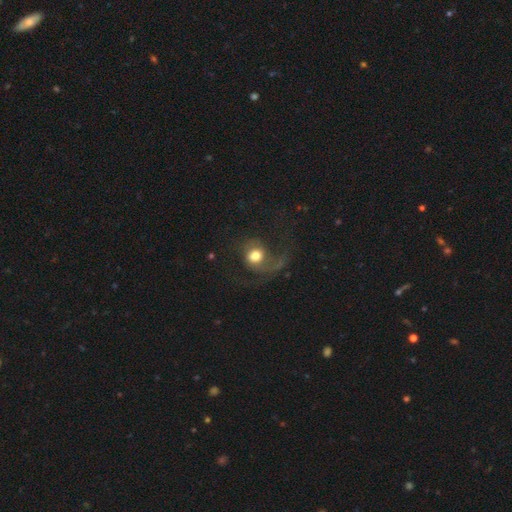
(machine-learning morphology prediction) smooth_or_featured: featured or disk (p=0.45) [tied with: smooth p=0.45]
merging: major disturbance (p=0.44) [alt: none p=0.37]